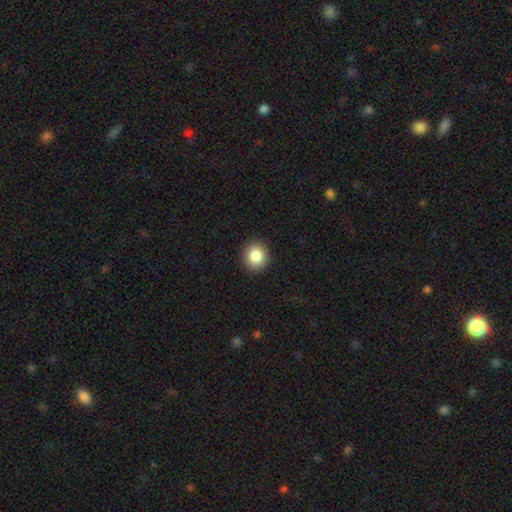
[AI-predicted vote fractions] smooth_or_featured: smooth (p=0.85) [alt: star or artifact p=0.09]
how_rounded: round (p=0.78) [alt: in between p=0.21]
merging: none (p=0.91) [alt: minor disturbance p=0.06]